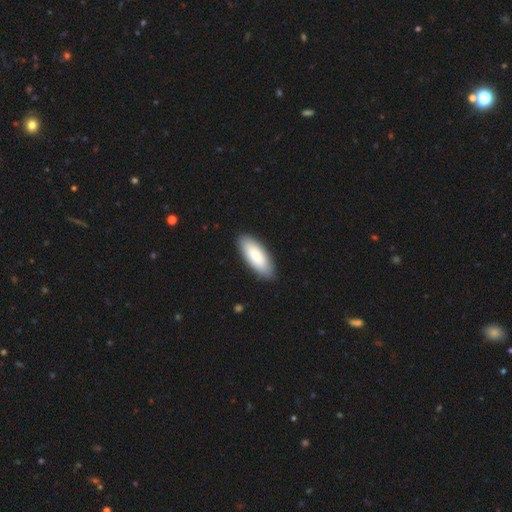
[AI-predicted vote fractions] Smooth or featured? Predicted: smooth (p=0.82). How rounded? Predicted: in between (p=0.81). Merging? Predicted: none (p=0.87).